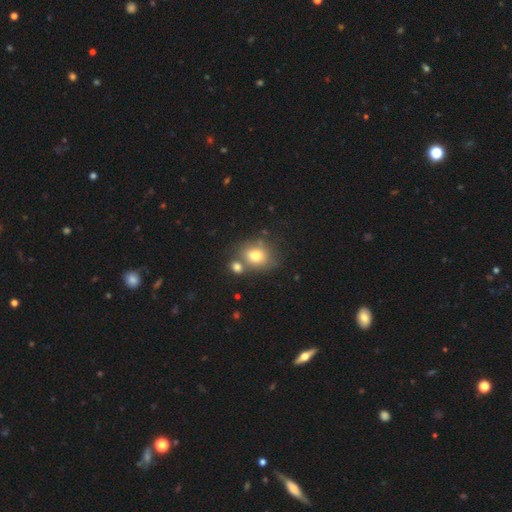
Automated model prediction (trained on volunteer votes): The model was most divided on "how rounded": round: 55%, in between: 44%, cigar-shaped: 1%. More confident: smooth or featured — smooth (75%); merging — none (56%).